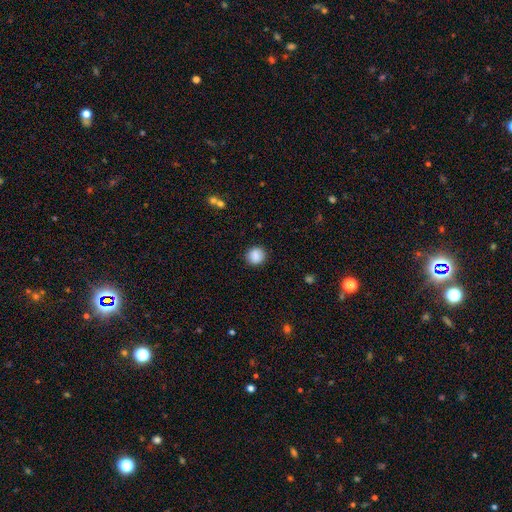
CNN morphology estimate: This is clearly a smooth galaxy (89%). How rounded: clearly round (89%). Merging: clearly none (90%).